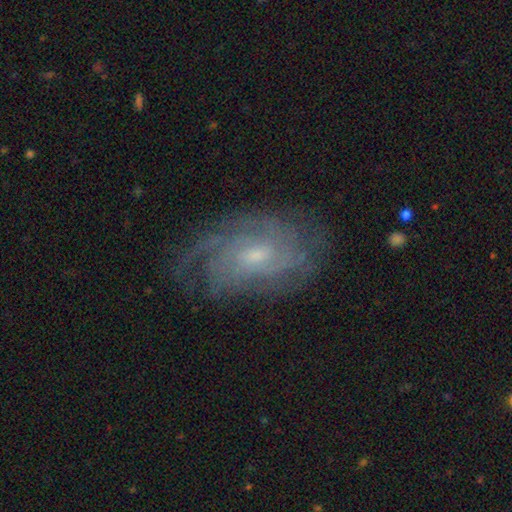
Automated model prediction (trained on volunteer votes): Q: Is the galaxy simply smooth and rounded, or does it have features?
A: featured or disk — 81%.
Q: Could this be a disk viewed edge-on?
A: no — 96%.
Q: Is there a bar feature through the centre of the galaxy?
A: weak — 47%.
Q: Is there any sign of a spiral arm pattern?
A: yes — 93%.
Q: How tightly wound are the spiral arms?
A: tight — 57%.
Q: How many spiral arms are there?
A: can't tell — 45%.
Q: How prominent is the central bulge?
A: small — 57%.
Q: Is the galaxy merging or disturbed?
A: none — 69%.